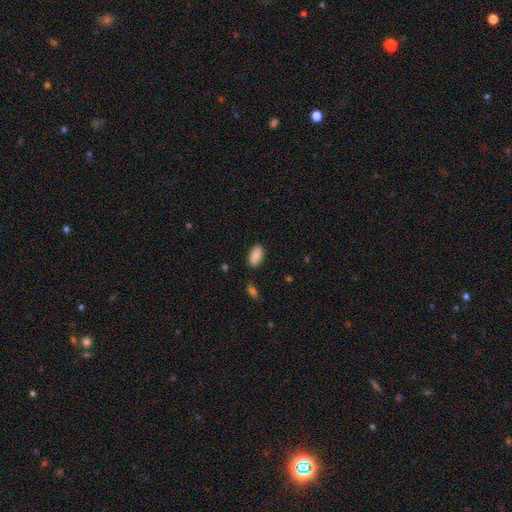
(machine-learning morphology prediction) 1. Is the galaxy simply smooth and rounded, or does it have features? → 89% smooth, 7% star or artifact, 4% featured or disk.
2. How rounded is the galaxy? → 93% in between, 5% cigar-shaped, 2% round.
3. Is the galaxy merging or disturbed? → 85% none, 10% minor disturbance, 2% major disturbance, 2% merger.